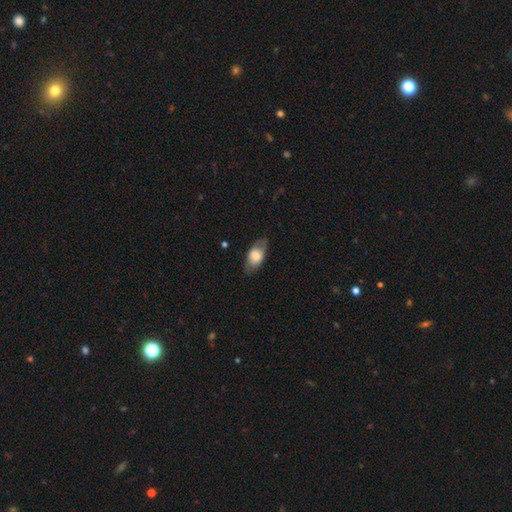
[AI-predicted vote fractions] Q: Smooth or featured?
A: smooth (67%); runner-up: featured or disk (26%)
Q: How rounded?
A: in between (87%); runner-up: round (7%)
Q: Merging?
A: none (77%); runner-up: minor disturbance (17%)